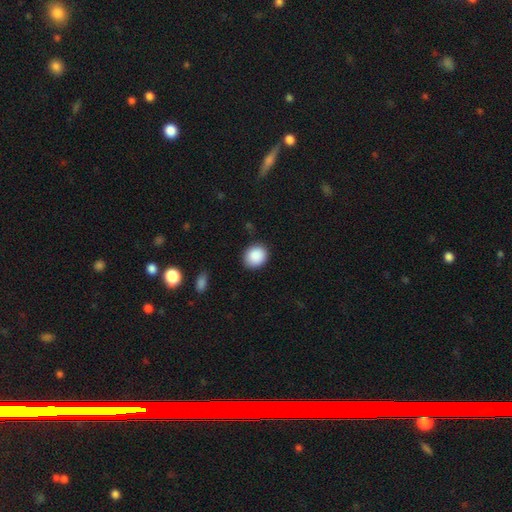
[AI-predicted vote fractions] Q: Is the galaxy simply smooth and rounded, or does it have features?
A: smooth — 89%.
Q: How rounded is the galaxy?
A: round — 71%.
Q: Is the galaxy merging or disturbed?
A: none — 86%.